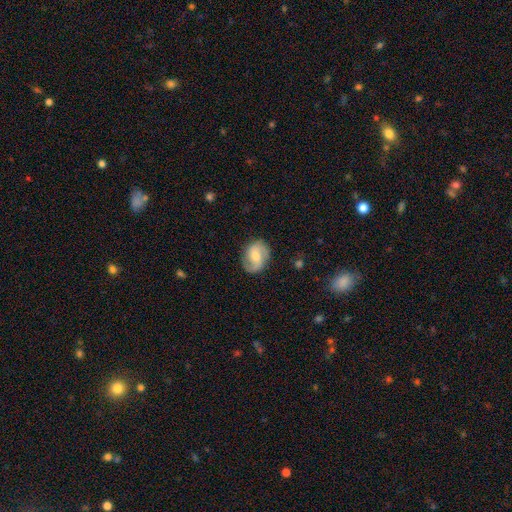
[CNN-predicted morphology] Smooth or featured? Predicted: featured or disk (p=0.69). Edge-on disk? Predicted: no (p=0.97). Bar? Predicted: no (p=0.47). Spiral arms? Predicted: yes (p=0.93). Spiral winding? Predicted: medium (p=0.45). Spiral arm count? Predicted: 2 (p=0.85). Bulge size? Predicted: moderate (p=0.51). Merging? Predicted: none (p=0.79).